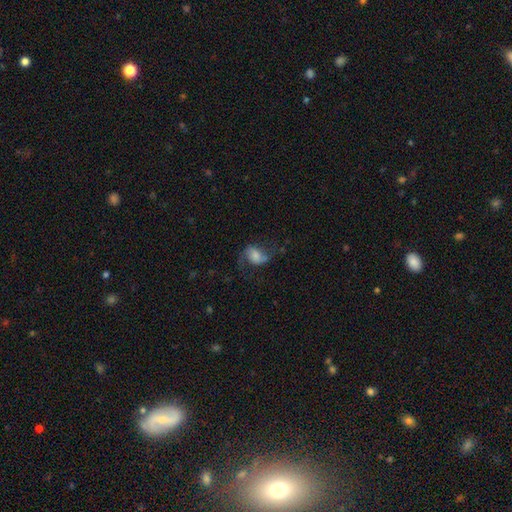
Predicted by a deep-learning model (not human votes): The model was most divided on "bulge size": moderate: 28%, large: 25%, small: 22%, none: 17%, dominant: 8%. Remaining: edge-on disk — no (97%); spiral arms — yes (88%); smooth or featured — featured or disk (54%); merging — none (53%); bar — no (48%).